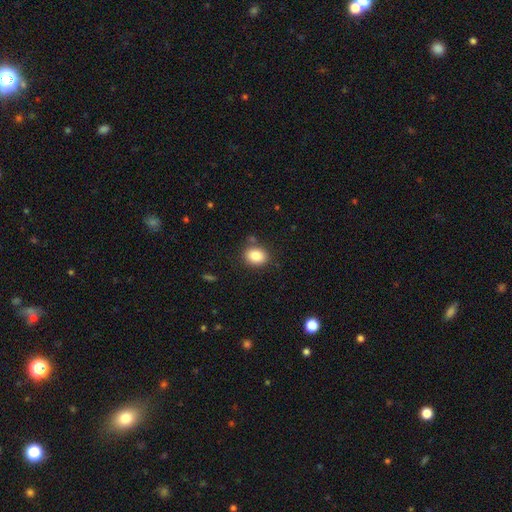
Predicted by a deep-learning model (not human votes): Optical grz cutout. It shows a smooth galaxy with no disk features (85%) that is in between round and cigar-shaped (64%). Merging: none (80%).